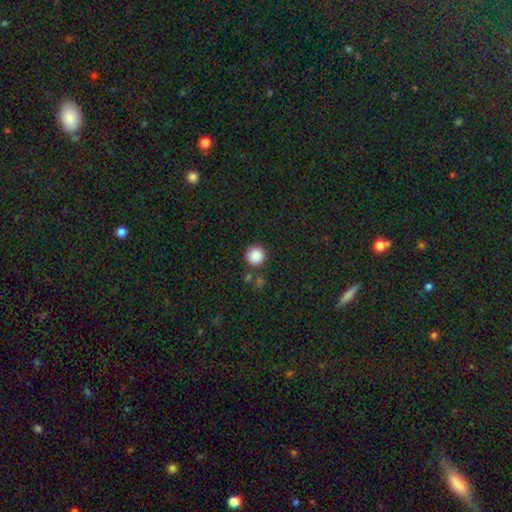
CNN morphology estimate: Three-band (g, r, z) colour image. It shows a smooth galaxy with no disk features (87%) that is round (95%). Merging: none (85%).